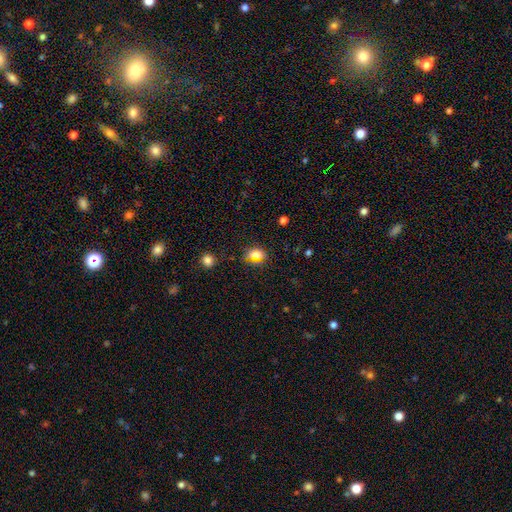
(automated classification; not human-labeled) This appears to be a smooth galaxy with no disk features (70%) that is in between round and cigar-shaped (56%). Merging: none (78%).